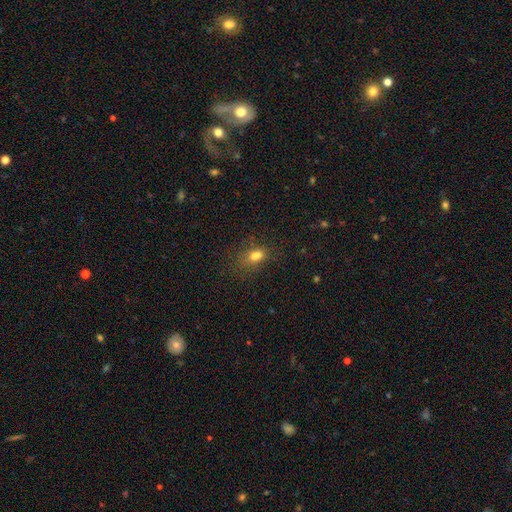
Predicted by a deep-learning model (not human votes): This is likely a smooth galaxy (74%). How rounded: likely in between (74%). Merging: possibly none (57%).